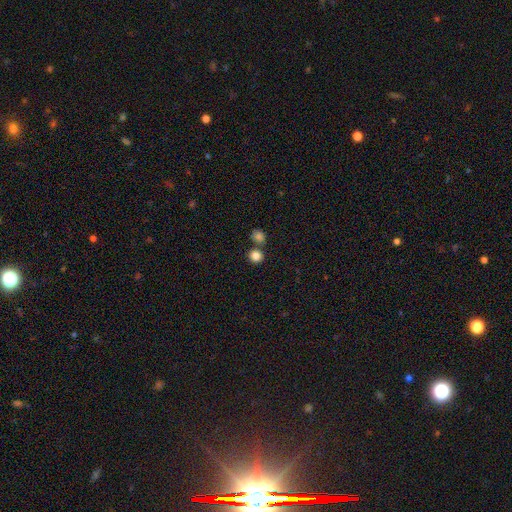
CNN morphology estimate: The model was most divided on "merging": none: 67%, merger: 23%, minor disturbance: 7%, major disturbance: 3%. More confident: how rounded — round (87%); smooth or featured — smooth (84%).